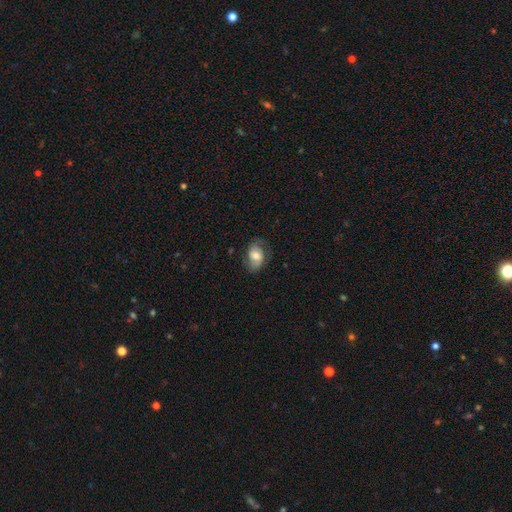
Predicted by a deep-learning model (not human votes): Smooth or featured: featured or disk — 57% (smooth — 35%)
Edge-on disk: no — 96% (yes — 4%)
Bar: no — 56% (weak — 35%)
Spiral arms: yes — 86% (no — 14%)
Bulge size: moderate — 57% (large — 21%)
Merging: none — 71% (minor disturbance — 19%)